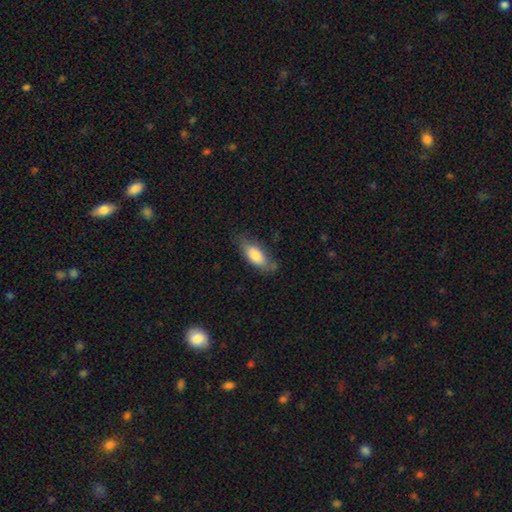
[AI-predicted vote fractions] This appears to be a smooth galaxy with no disk features (79%) that is in between round and cigar-shaped (80%). Merging: none (69%).